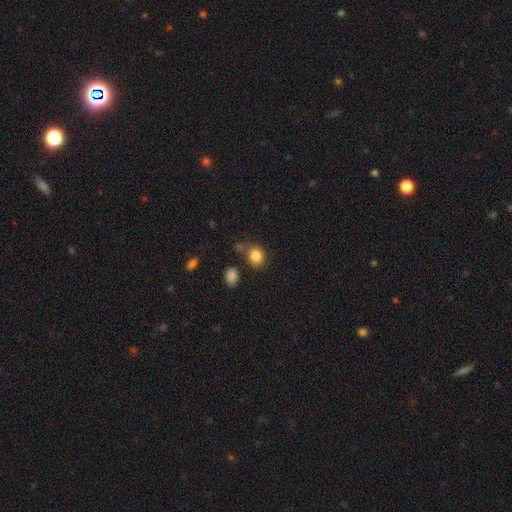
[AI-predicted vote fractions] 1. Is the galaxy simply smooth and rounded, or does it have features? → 85% smooth, 10% star or artifact, 5% featured or disk.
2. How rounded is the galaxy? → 67% round, 32% in between, 1% cigar-shaped.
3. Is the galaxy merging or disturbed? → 72% none, 13% minor disturbance, 10% merger, 4% major disturbance.